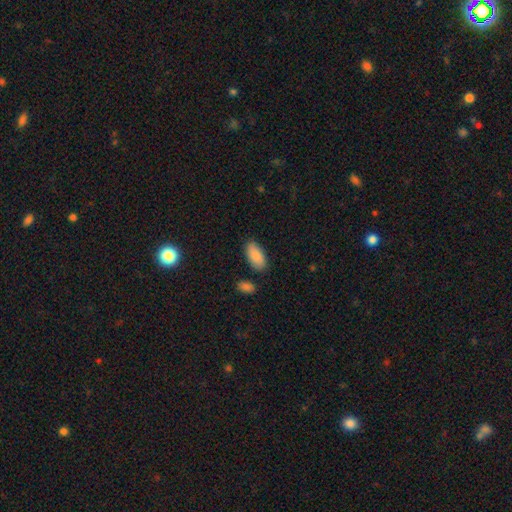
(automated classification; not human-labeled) A smooth galaxy with no disk features (88%) that is in between round and cigar-shaped (93%). Merging: none (82%).